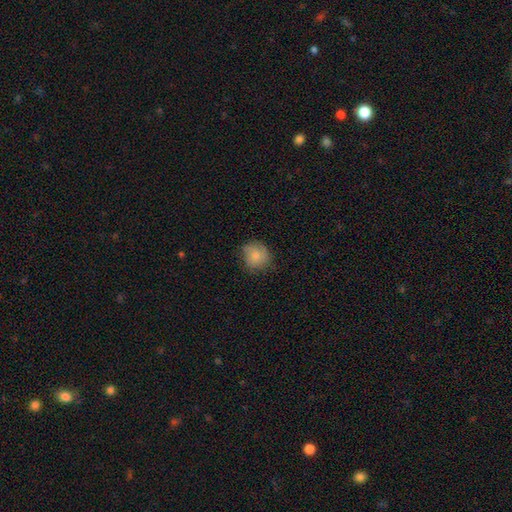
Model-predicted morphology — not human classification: The model was most divided on "merging": none: 72%, minor disturbance: 22%, major disturbance: 5%, merger: 1%. More confident: how rounded — round (85%); smooth or featured — smooth (81%).